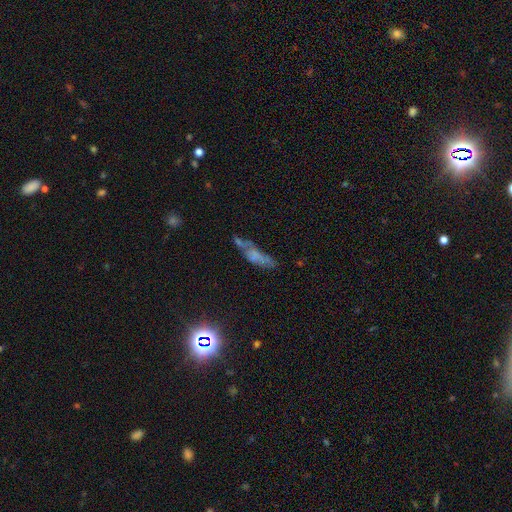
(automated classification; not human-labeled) Morphology: type=smooth (44%); merging=none (42%).